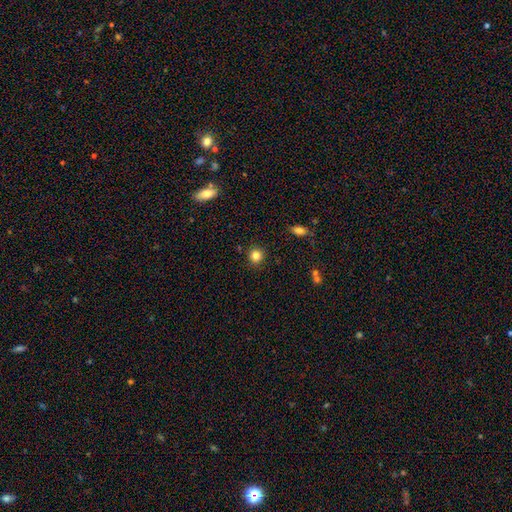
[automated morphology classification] The model was most divided on "smooth or featured": smooth: 84%, star or artifact: 11%, featured or disk: 5%. More confident: how rounded — round (91%); merging — none (90%).